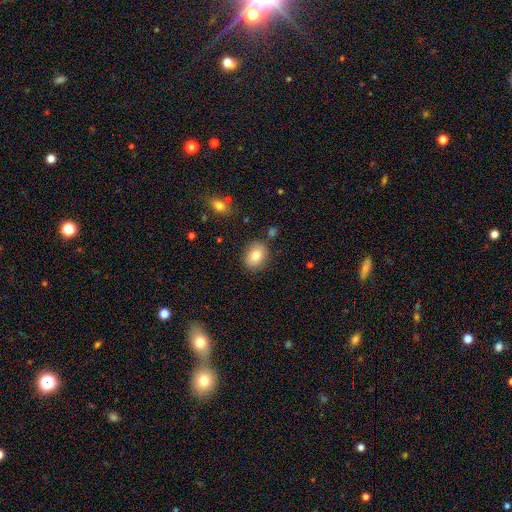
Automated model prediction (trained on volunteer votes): smooth 79%, featured or disk 12%, star or artifact 9%. Down the decision tree: how rounded — in between (53%); merging — none (83%).